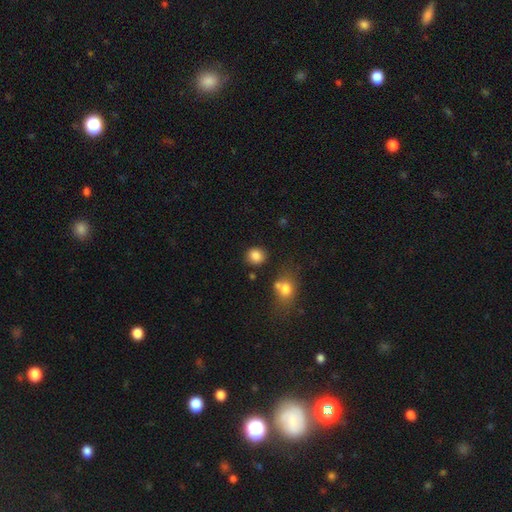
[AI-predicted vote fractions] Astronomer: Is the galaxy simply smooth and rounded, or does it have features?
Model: smooth — 85%.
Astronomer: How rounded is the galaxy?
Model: round — 80%.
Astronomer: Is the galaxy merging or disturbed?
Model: none — 83%.